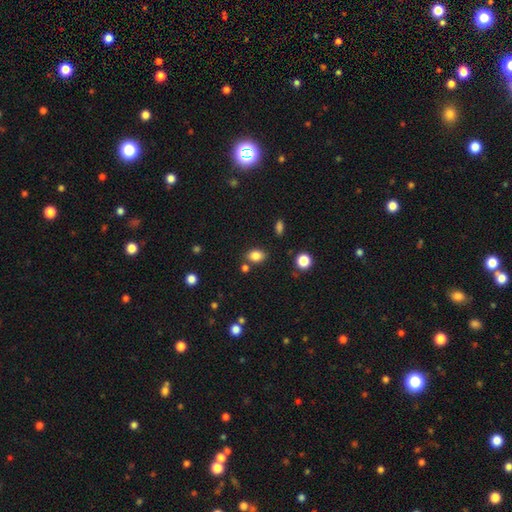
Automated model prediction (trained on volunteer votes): Smooth or featured: smooth — 84% (star or artifact — 11%)
How rounded: in between — 75% (round — 24%)
Merging: none — 76% (minor disturbance — 12%)